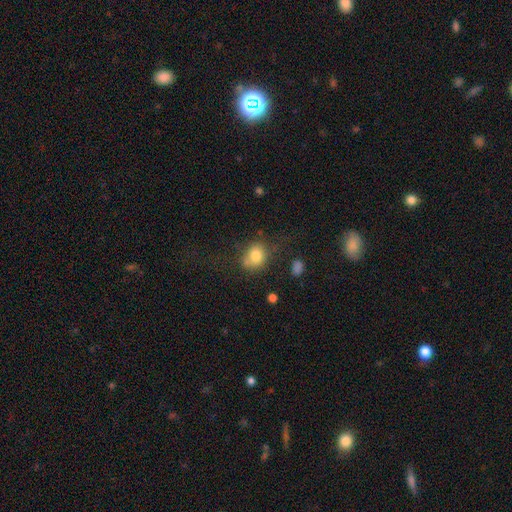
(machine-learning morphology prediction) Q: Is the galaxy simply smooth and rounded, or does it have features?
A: smooth — 78%.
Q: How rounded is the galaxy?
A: round — 60%.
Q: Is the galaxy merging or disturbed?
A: none — 57%.